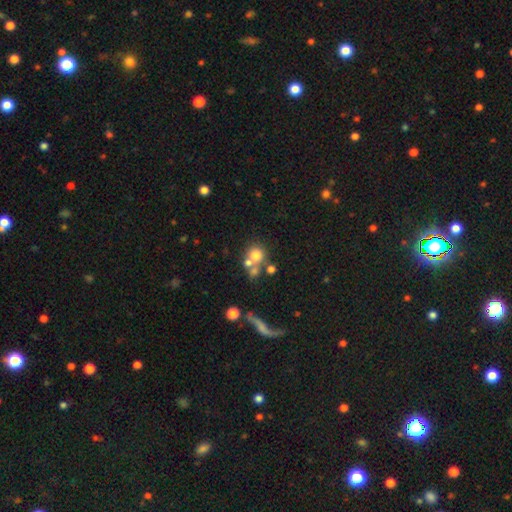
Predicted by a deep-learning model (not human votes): This appears to be a smooth galaxy with no disk features (66%) that is round (86%). Merging: none (43%).